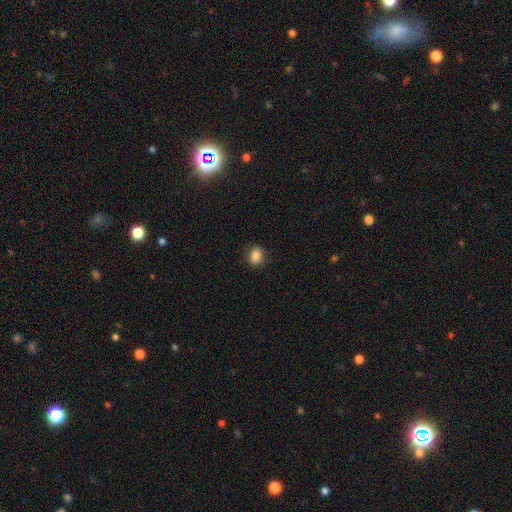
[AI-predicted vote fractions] The model was most divided on "how rounded": in between: 61%, round: 38%, cigar-shaped: 1%. More confident: smooth or featured — smooth (85%); merging — none (85%).